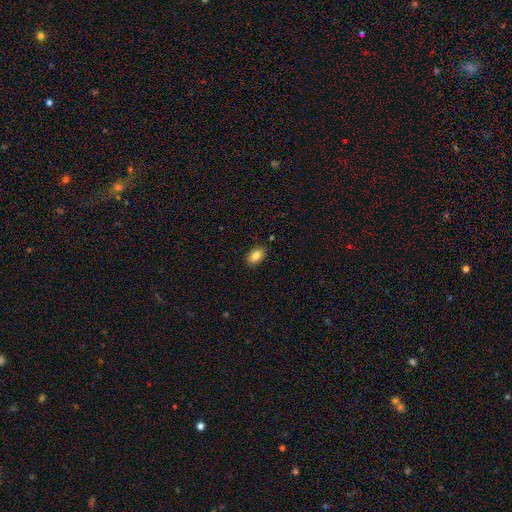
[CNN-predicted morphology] smooth 84%, star or artifact 8%, featured or disk 8%. Down the decision tree: how rounded — in between (88%); merging — none (87%).